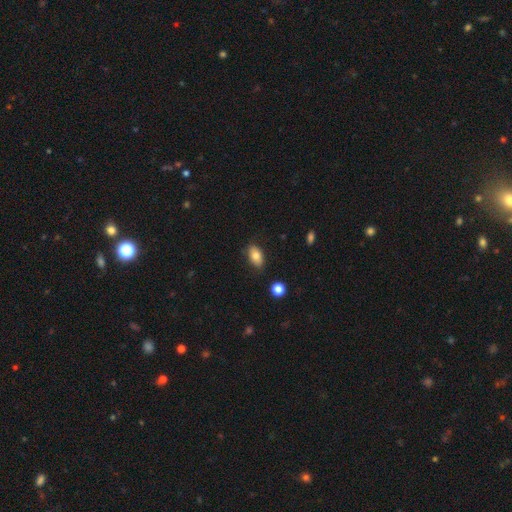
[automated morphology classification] smooth_or_featured: smooth (p=0.80) [alt: featured or disk p=0.12]
how_rounded: in between (p=0.91) [alt: round p=0.07]
merging: none (p=0.81) [alt: minor disturbance p=0.14]